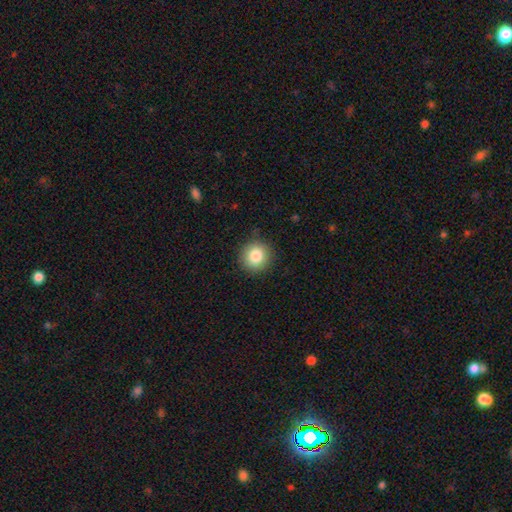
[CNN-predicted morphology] smooth 83%, star or artifact 10%, featured or disk 7%. Down the decision tree: how rounded — round (92%); merging — none (89%).